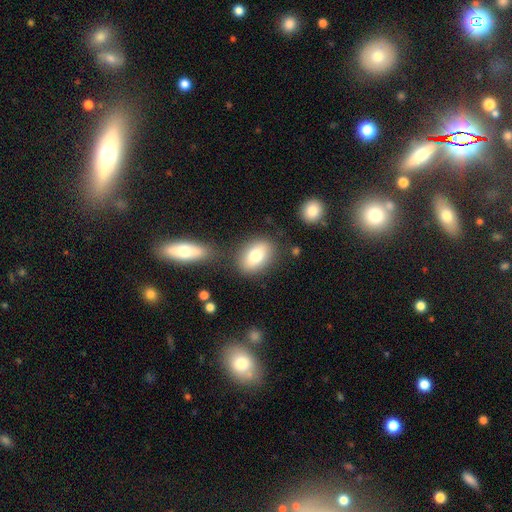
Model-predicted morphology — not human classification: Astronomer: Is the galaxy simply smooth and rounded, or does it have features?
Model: smooth — 79%.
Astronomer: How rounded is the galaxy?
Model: in between — 81%.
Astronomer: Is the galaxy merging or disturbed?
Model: none — 76%.